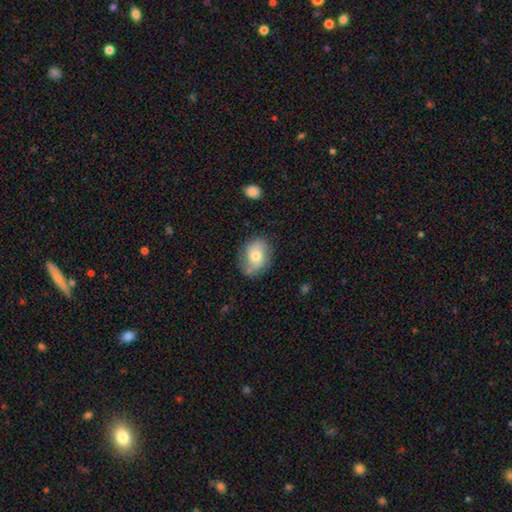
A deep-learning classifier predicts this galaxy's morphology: Smooth or featured? Predicted: smooth (p=0.61). How rounded? Predicted: in between (p=0.58). Merging? Predicted: none (p=0.71).